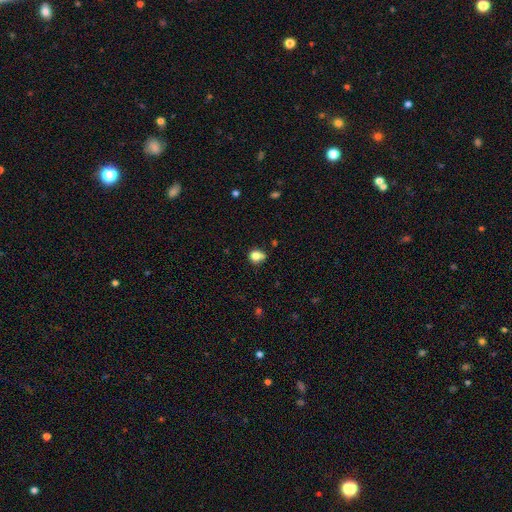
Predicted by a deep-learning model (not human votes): Overall: smooth (80%). How rounded: round (83%). Merging: none (62%).